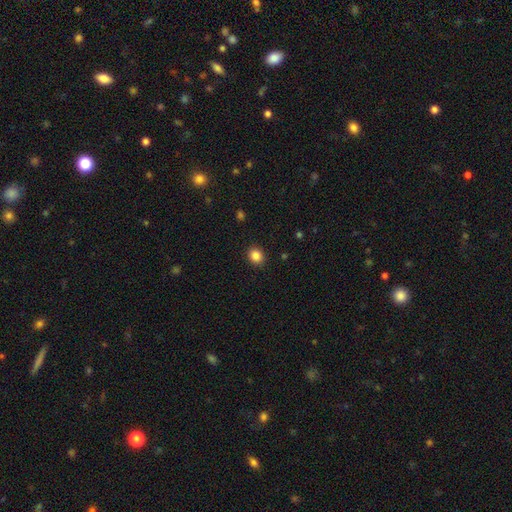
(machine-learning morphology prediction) smooth 85%, star or artifact 10%, featured or disk 4%. Down the decision tree: how rounded — round (72%); merging — none (91%).